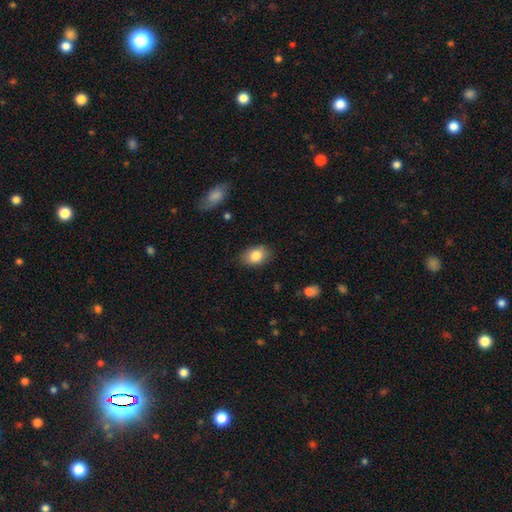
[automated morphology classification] smooth_or_featured: smooth (p=0.84) [alt: featured or disk p=0.09]
how_rounded: in between (p=0.82) [alt: round p=0.16]
merging: none (p=0.83) [alt: minor disturbance p=0.13]